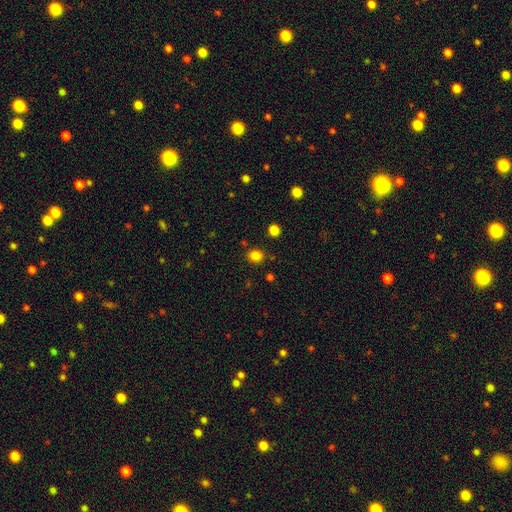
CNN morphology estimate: A smooth galaxy with no disk features (83%) that is round (75%).

Vote fractions:
- Smooth or featured? smooth: 83% / star or artifact: 13% / featured or disk: 4%
- How rounded? round: 75% / in between: 24% / cigar-shaped: 1%
- Merging? none: 86% / minor disturbance: 8% / merger: 3% / major disturbance: 3%